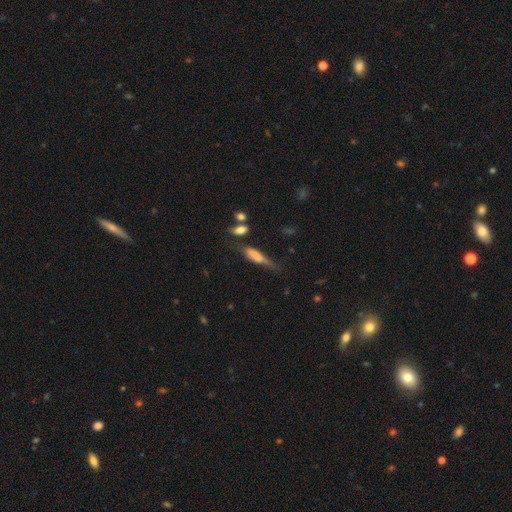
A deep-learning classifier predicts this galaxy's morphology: Q: Smooth or featured?
A: smooth (57%); runner-up: featured or disk (34%)
Q: How rounded?
A: cigar-shaped (64%); runner-up: in between (33%)
Q: Merging?
A: none (39%); runner-up: minor disturbance (31%)